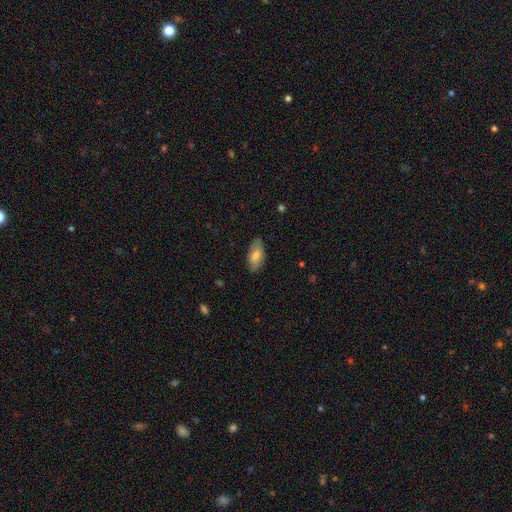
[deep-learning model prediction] A smooth galaxy with no disk features (70%) that is in between round and cigar-shaped (92%). Merging: none (79%).